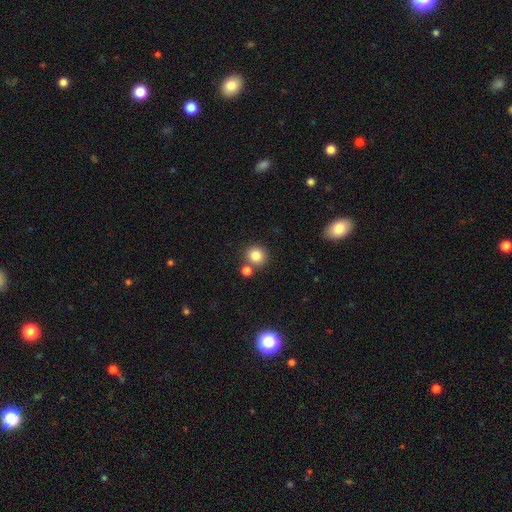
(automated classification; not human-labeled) A smooth galaxy with no disk features (83%) that is round (90%). Merging: none (73%).